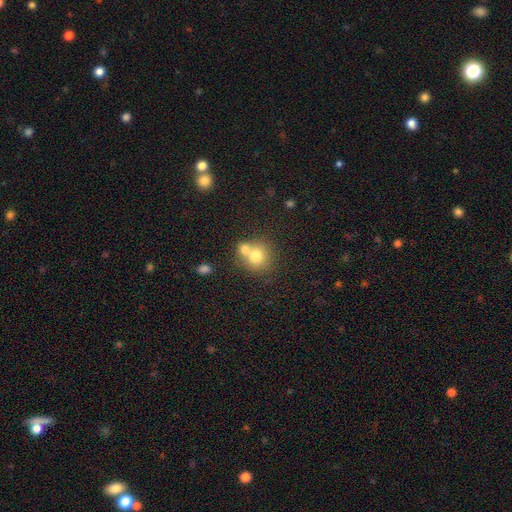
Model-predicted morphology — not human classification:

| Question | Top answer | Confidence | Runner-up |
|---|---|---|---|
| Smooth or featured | smooth | 74% | featured or disk (15%) |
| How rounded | round | 81% | in between (18%) |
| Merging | merger | 52% | none (38%) |